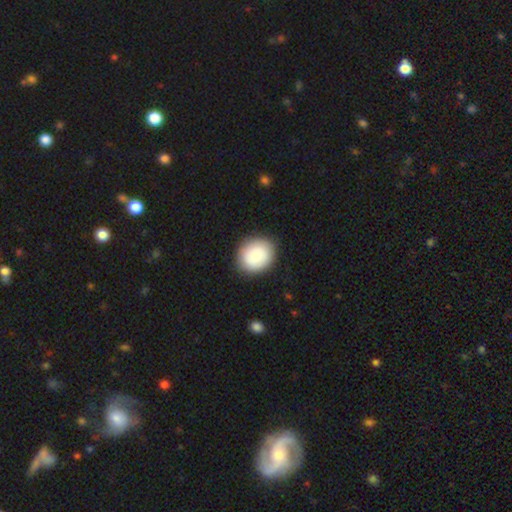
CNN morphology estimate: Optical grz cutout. It shows a smooth galaxy with no disk features (86%) that is round (65%). Merging: none (87%).